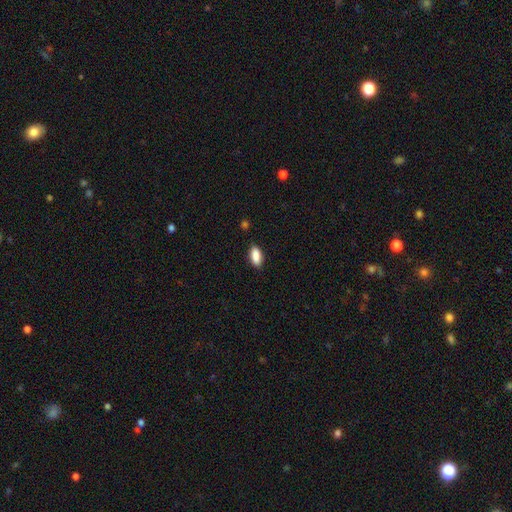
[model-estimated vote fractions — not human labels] Q: Smooth or featured?
A: smooth (88%); runner-up: star or artifact (7%)
Q: How rounded?
A: in between (84%); runner-up: cigar-shaped (13%)
Q: Merging?
A: none (85%); runner-up: minor disturbance (12%)